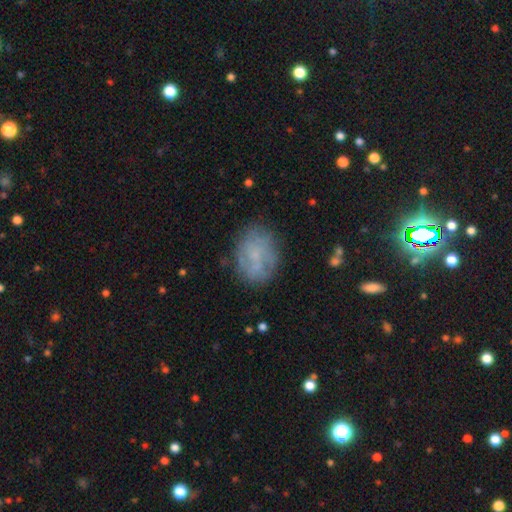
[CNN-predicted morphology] Smooth or featured: featured or disk — 44% (tied with smooth — 44%)
Merging: none — 73% (minor disturbance — 18%)